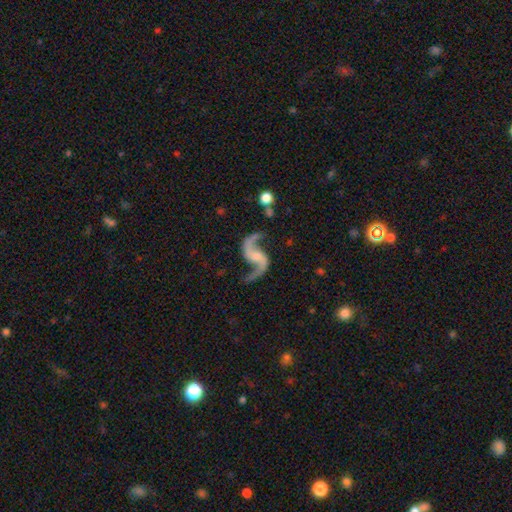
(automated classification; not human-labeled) Smooth or featured: featured or disk — 93% (star or artifact — 4%)
Edge-on disk: no — 98% (yes — 2%)
Bar: no — 47% (weak — 37%)
Spiral arms: yes — 98% (no — 2%)
Spiral winding: loose — 84% (medium — 13%)
Spiral arm count: 2 — 95% (1 — 2%)
Bulge size: small — 40% (none — 32%)
Merging: none — 75% (minor disturbance — 14%)